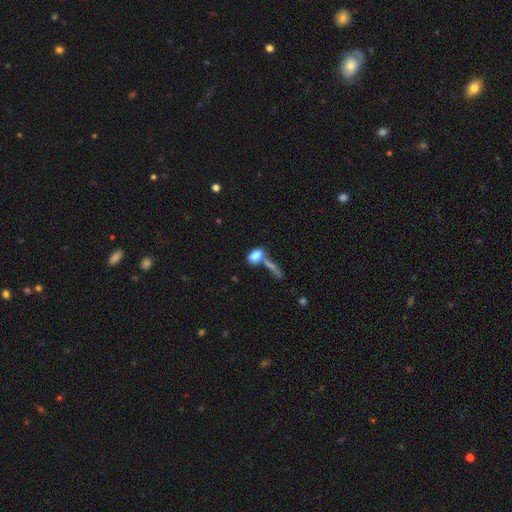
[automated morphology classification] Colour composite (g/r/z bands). It shows a smooth galaxy with no disk features (79%) that is in between round and cigar-shaped (82%). Merging: merger (45%).